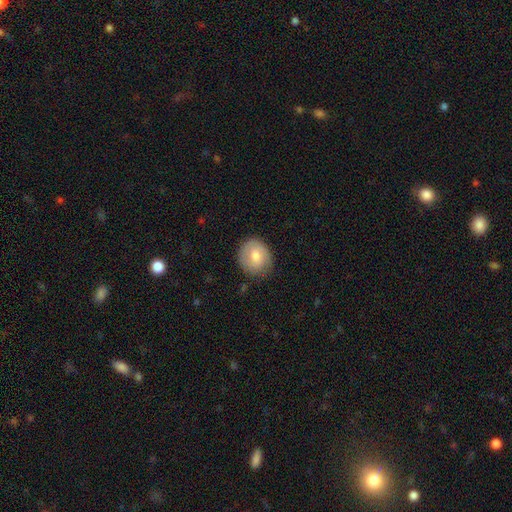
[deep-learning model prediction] The model was most divided on "smooth or featured": smooth: 68%, featured or disk: 25%, star or artifact: 7%. More confident: merging — none (77%); how rounded — round (74%).